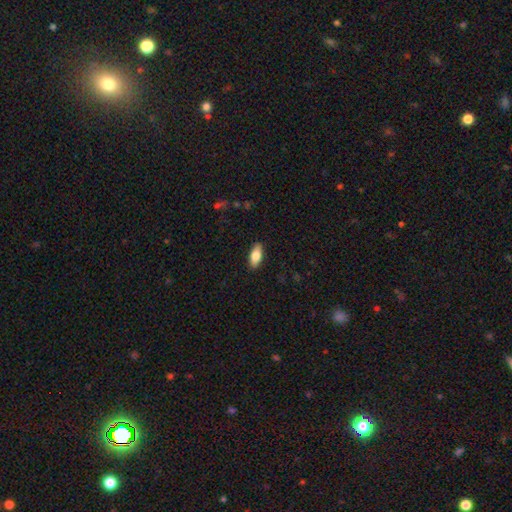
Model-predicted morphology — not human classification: Smooth or featured? Predicted: smooth (p=0.79). How rounded? Predicted: in between (p=0.84). Merging? Predicted: none (p=0.89).